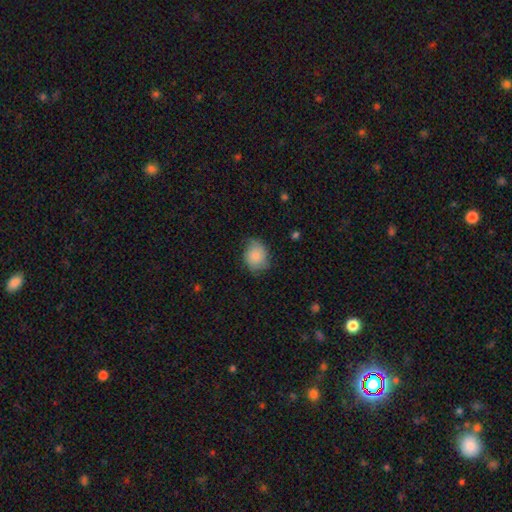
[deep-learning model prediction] A smooth galaxy with no disk features (80%) that is round (57%). Merging: none (62%).